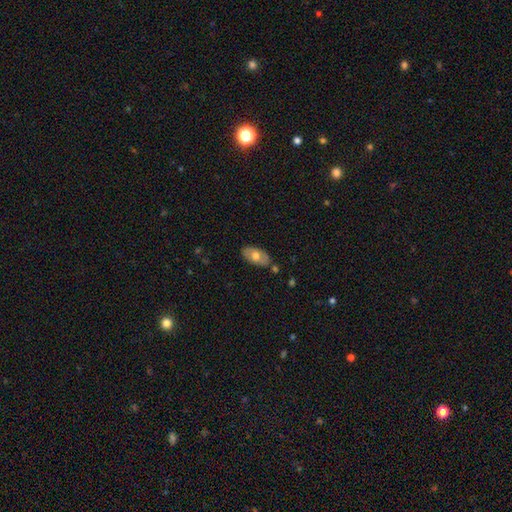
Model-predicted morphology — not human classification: A smooth galaxy with no disk features (60%) that is in between round and cigar-shaped (93%).

Vote fractions:
- Smooth or featured? smooth: 60% / featured or disk: 34% / star or artifact: 6%
- How rounded? in between: 93% / round: 4% / cigar-shaped: 3%
- Merging? none: 79% / minor disturbance: 15% / merger: 4% / major disturbance: 3%